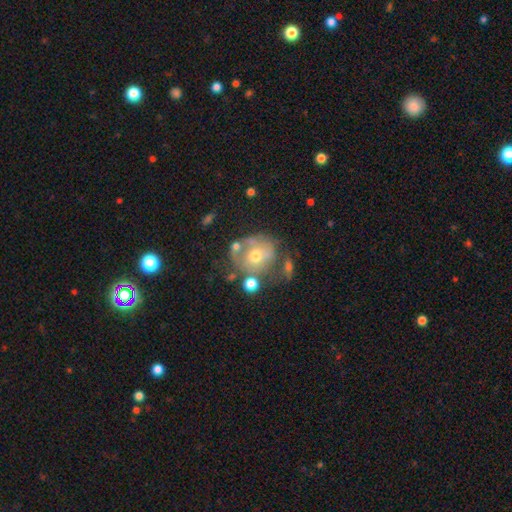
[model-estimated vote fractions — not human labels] Smooth or featured?
  - smooth: 46% *
  - featured or disk: 44%
  - star or artifact: 10%
Merging?
  - none: 47% *
  - minor disturbance: 21%
  - merger: 17%
  - major disturbance: 15%